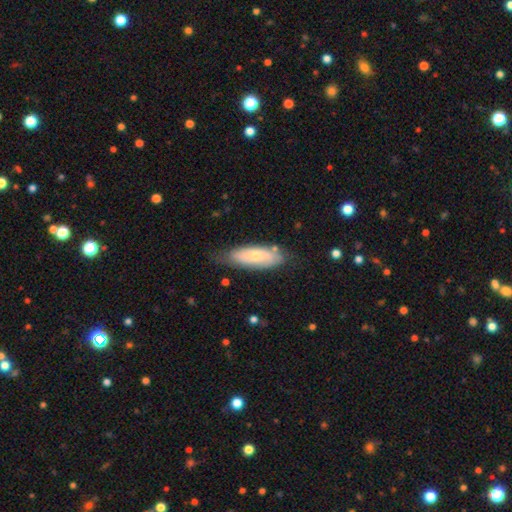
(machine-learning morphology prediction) smooth_or_featured: smooth (p=0.56) [alt: featured or disk p=0.38]
how_rounded: in between (p=0.71) [alt: cigar-shaped p=0.27]
merging: none (p=0.64) [alt: minor disturbance p=0.27]